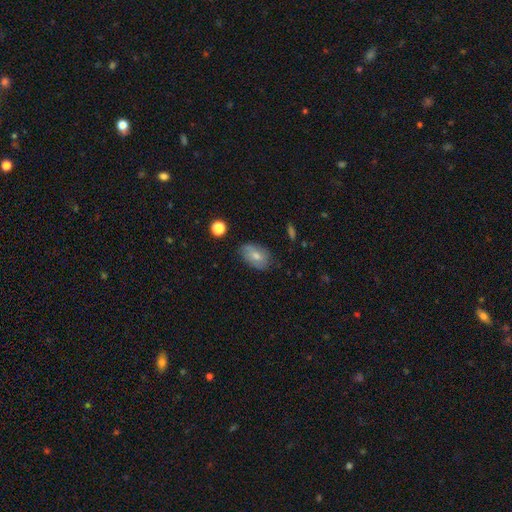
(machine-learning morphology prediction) The model was most divided on "smooth or featured": smooth: 64%, featured or disk: 28%, star or artifact: 8%. More confident: how rounded — in between (88%); merging — none (72%).